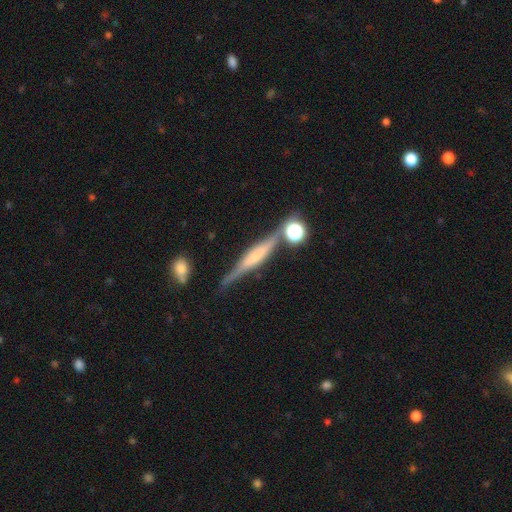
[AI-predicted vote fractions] Smooth or featured? featured or disk (67%)
Edge-on disk? yes (96%)
Edge-on bulge? boxy (44%)
Merging? none (75%)